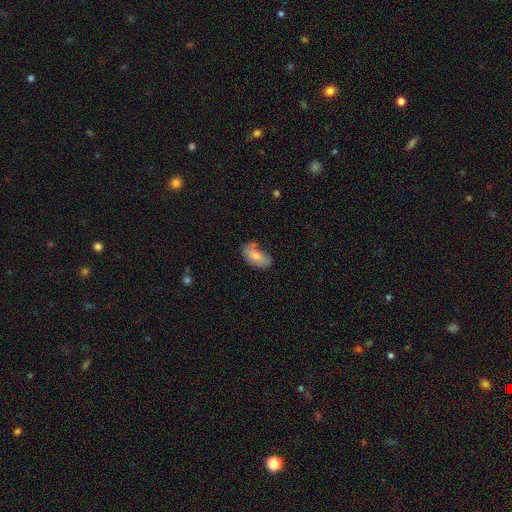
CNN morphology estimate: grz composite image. It shows a smooth galaxy with no disk features (77%) that is in between round and cigar-shaped (93%). Merging: none (54%).